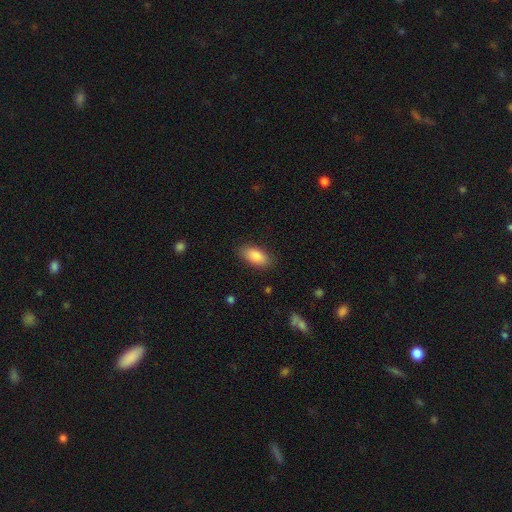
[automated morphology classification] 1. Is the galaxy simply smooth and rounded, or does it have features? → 88% smooth, 6% star or artifact, 6% featured or disk.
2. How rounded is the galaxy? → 91% in between, 7% cigar-shaped, 3% round.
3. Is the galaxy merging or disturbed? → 86% none, 10% minor disturbance, 3% major disturbance, 1% merger.